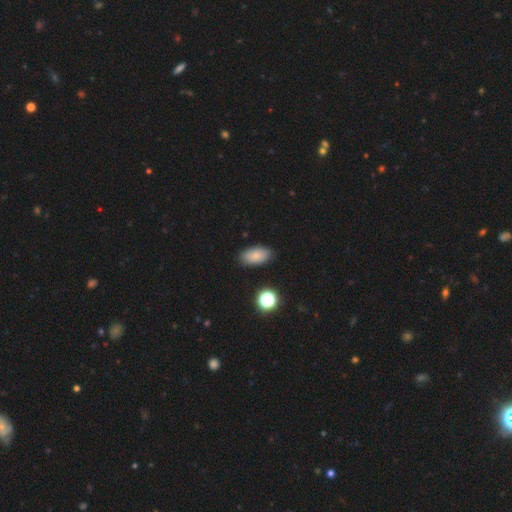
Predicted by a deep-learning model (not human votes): Smooth or featured?
  - smooth: 81% *
  - featured or disk: 10%
  - star or artifact: 9%
How rounded?
  - in between: 92% *
  - round: 5%
  - cigar-shaped: 3%
Merging?
  - none: 86% *
  - minor disturbance: 10%
  - major disturbance: 2%
  - merger: 2%